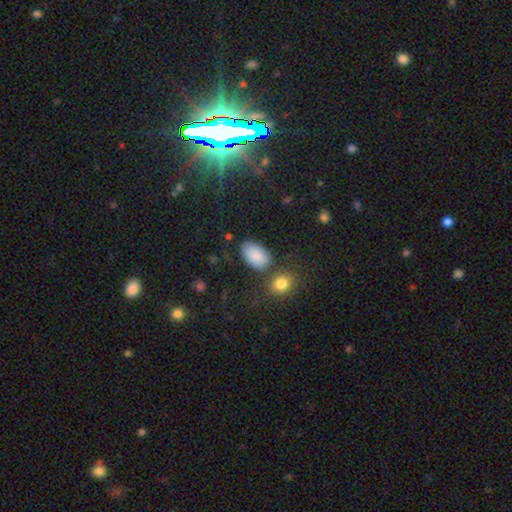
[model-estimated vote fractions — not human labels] Smooth or featured? Predicted: smooth (p=0.84). How rounded? Predicted: in between (p=0.91). Merging? Predicted: none (p=0.71).